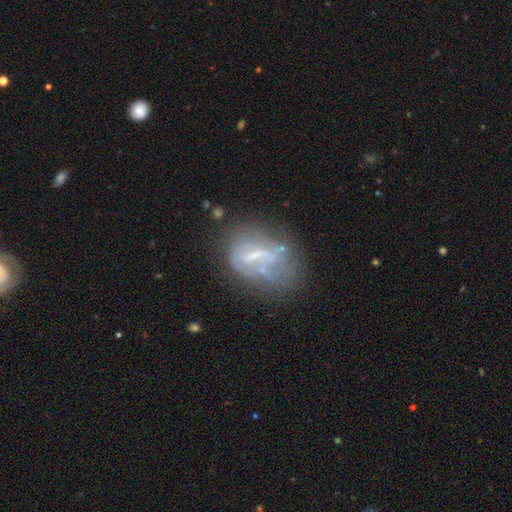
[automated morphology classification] The model was most divided on "bulge size": small: 40%, none: 37%, moderate: 19%, large: 2%, dominant: 1%. Remaining: edge-on disk — no (95%); spiral arms — no (73%); smooth or featured — featured or disk (59%); bar — no (40%); merging — none (39%).